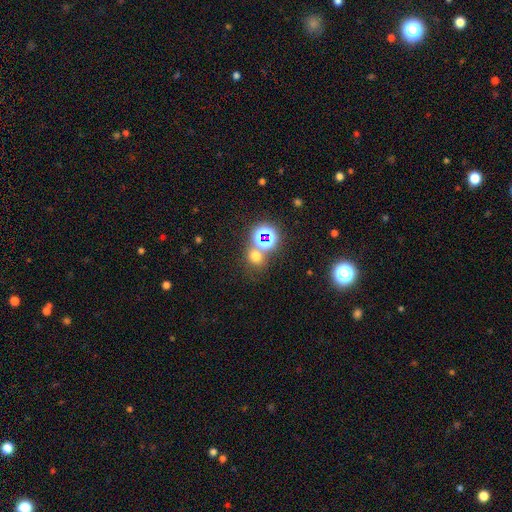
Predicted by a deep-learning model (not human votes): A smooth galaxy with no disk features (56%) that is round (78%).

Vote fractions:
- Smooth or featured? smooth: 56% / star or artifact: 36% / featured or disk: 8%
- How rounded? round: 78% / in between: 20% / cigar-shaped: 1%
- Merging? none: 65% / merger: 23% / minor disturbance: 8% / major disturbance: 5%